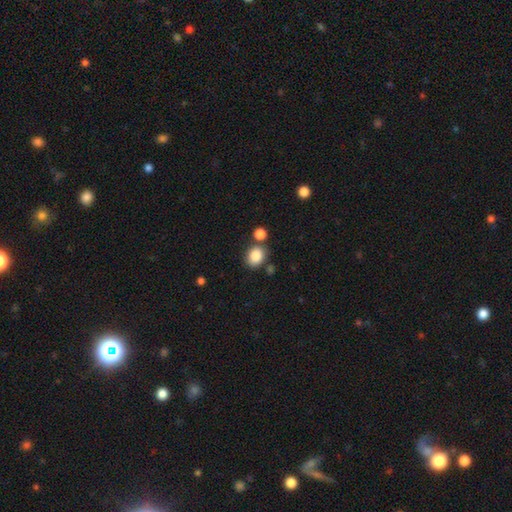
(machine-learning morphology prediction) Smooth or featured? Predicted: smooth (p=0.85). How rounded? Predicted: round (p=0.57). Merging? Predicted: none (p=0.69).